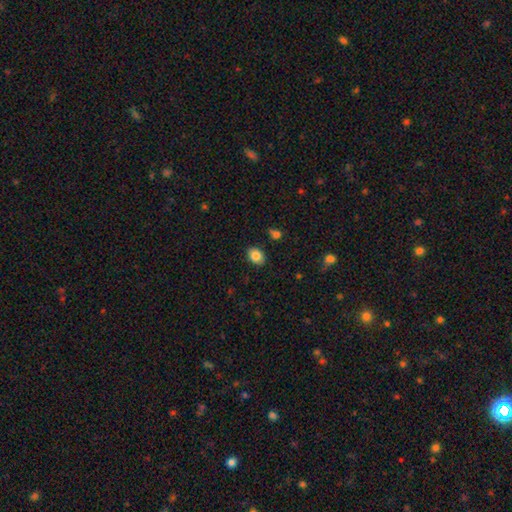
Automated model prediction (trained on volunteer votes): The model was most divided on "how rounded": in between: 66%, round: 33%, cigar-shaped: 1%. More confident: merging — none (87%); smooth or featured — smooth (85%).